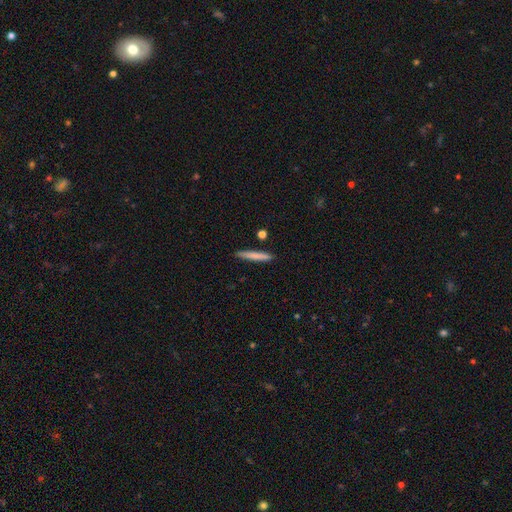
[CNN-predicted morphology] Overall: smooth (75%). How rounded: cigar-shaped (95%). Merging: none (87%).